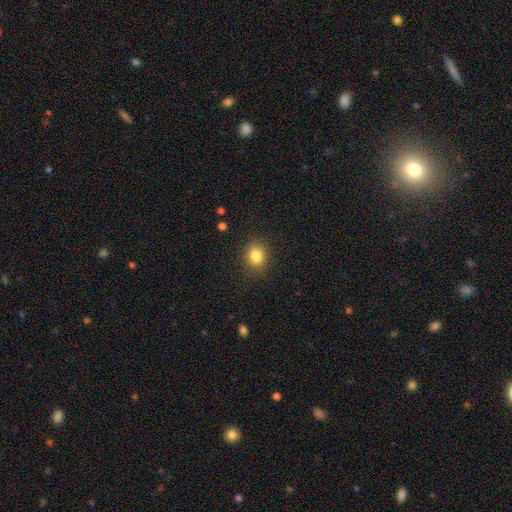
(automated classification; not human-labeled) Smooth or featured? Predicted: smooth (p=0.83). How rounded? Predicted: round (p=0.61). Merging? Predicted: none (p=0.87).